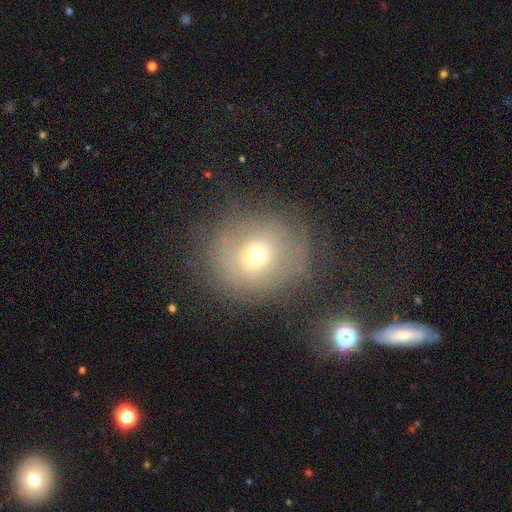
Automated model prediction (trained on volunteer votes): Smooth or featured?
  - smooth: 56% *
  - featured or disk: 28%
  - star or artifact: 15%
How rounded?
  - round: 89% *
  - in between: 10%
  - cigar-shaped: 1%
Merging?
  - none: 71% *
  - minor disturbance: 16%
  - major disturbance: 11%
  - merger: 2%